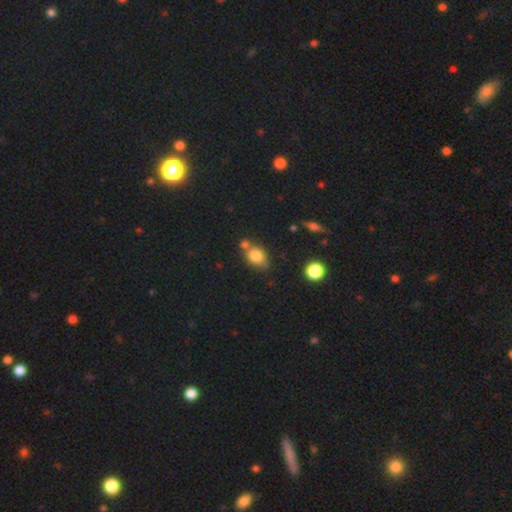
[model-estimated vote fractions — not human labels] This is likely a smooth galaxy (80%). How rounded: possibly in between (56%). Merging: possibly none (54%).